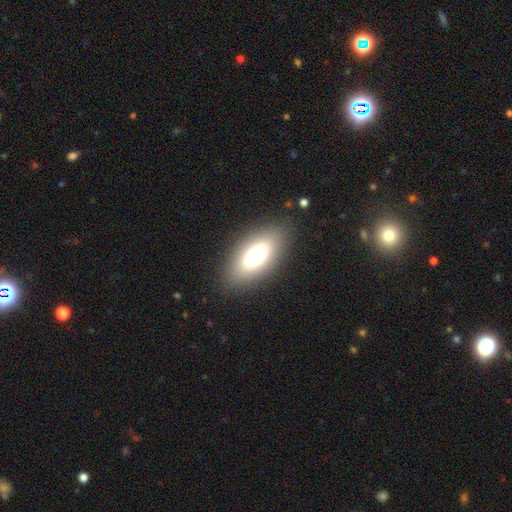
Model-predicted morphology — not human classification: The model was most divided on "smooth or featured": smooth: 68%, featured or disk: 20%, star or artifact: 11%. More confident: how rounded — in between (86%); merging — none (86%).